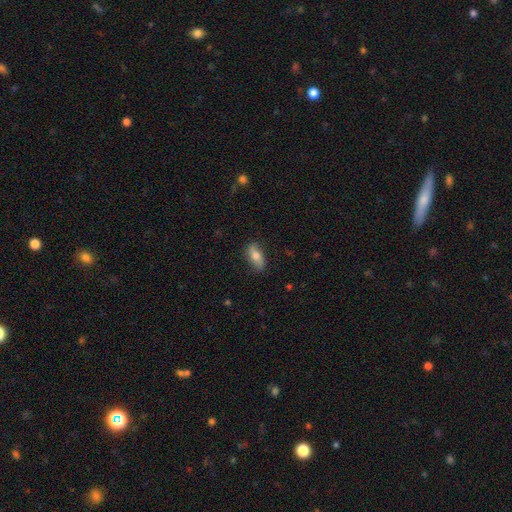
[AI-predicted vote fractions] Smooth or featured?
  - smooth: 63% *
  - featured or disk: 30%
  - star or artifact: 7%
How rounded?
  - in between: 79% *
  - cigar-shaped: 17%
  - round: 4%
Merging?
  - none: 78% *
  - minor disturbance: 17%
  - major disturbance: 4%
  - merger: 1%